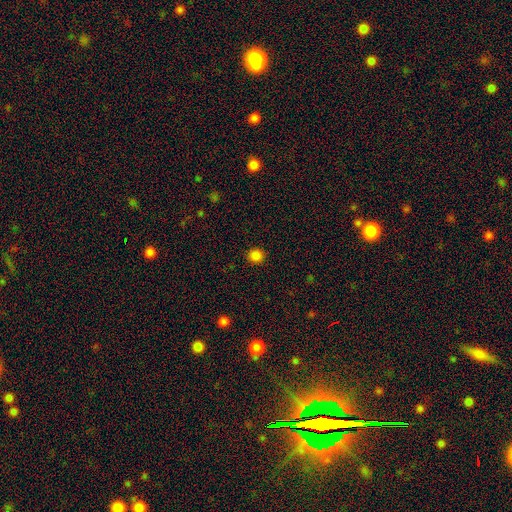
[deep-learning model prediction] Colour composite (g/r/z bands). It shows a smooth galaxy with no disk features (84%) that is round (92%). Merging: none (92%).